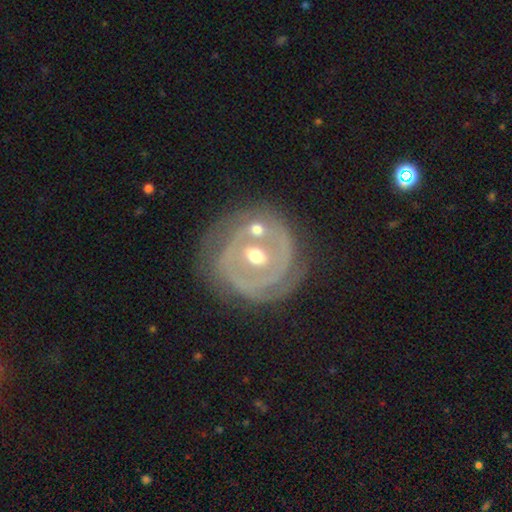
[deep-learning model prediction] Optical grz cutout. It shows a featured or disk galaxy (82%) with no bar (45%), 2 (39%) tight (72%) spiral arms (77%) and a moderate central bulge (69%). Merging: none (66%).